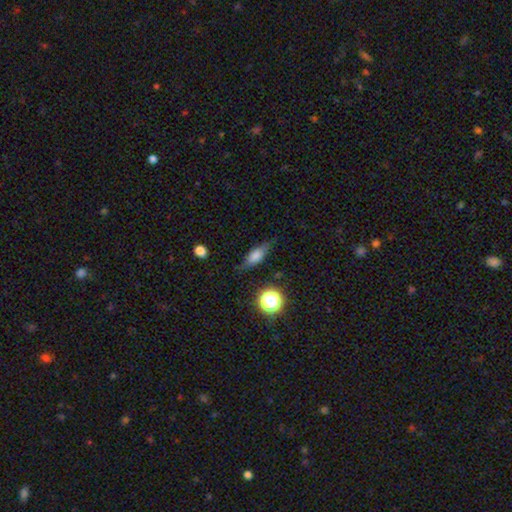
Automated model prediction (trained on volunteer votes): smooth 58%, featured or disk 31%, star or artifact 11%. Down the decision tree: how rounded — in between (59%); merging — none (70%).